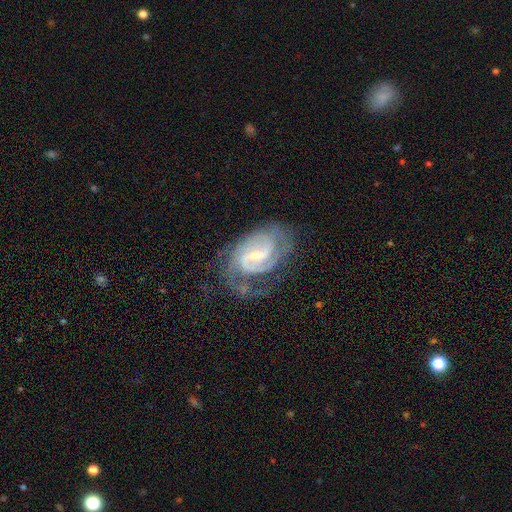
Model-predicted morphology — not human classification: Smooth or featured? featured or disk (89%)
Edge-on disk? no (98%)
Bar? weak (57%)
Spiral arms? yes (97%)
Spiral winding? tight (46%)
Spiral arm count? 2 (61%)
Bulge size? small (67%)
Merging? none (57%)